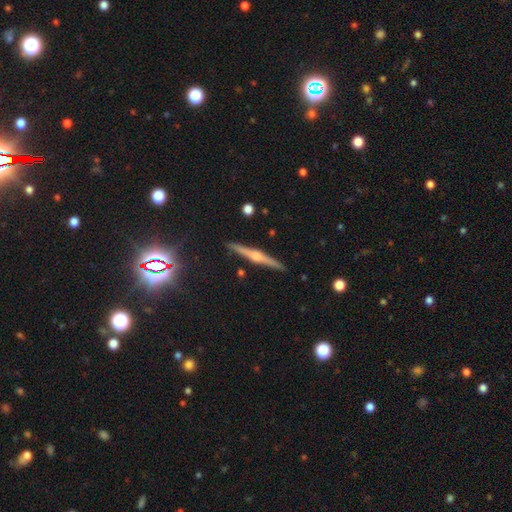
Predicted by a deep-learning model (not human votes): Overall: featured or disk (77%). Edge-on disk: yes (98%). Edge-on bulge: rounded (87%). Merging: none (91%).